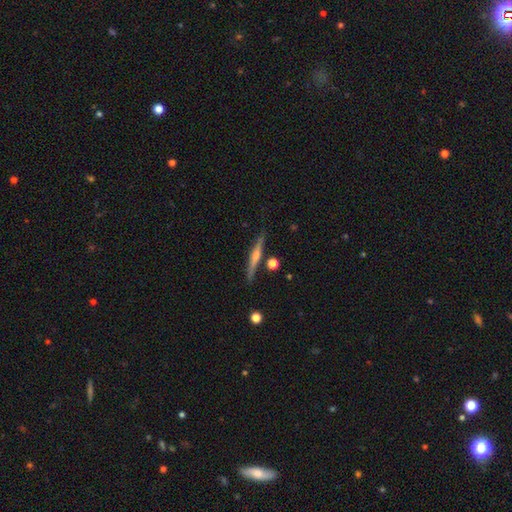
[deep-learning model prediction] This appears to be a featured or disk galaxy (69%) viewed edge-on (97%) with a rounded central bulge (75%). Merging: none (85%).